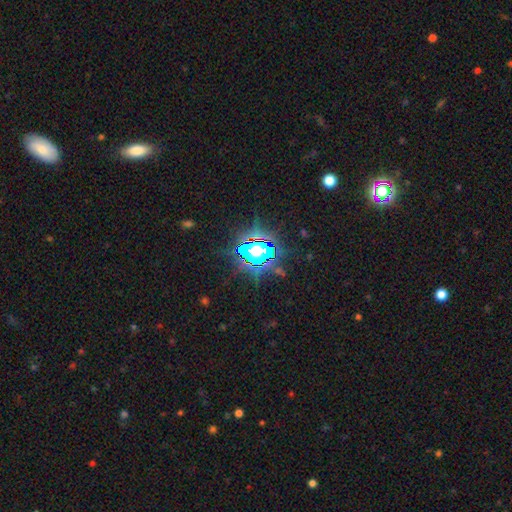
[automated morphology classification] Smooth or featured?
  - star or artifact: 71% *
  - smooth: 18%
  - featured or disk: 12%